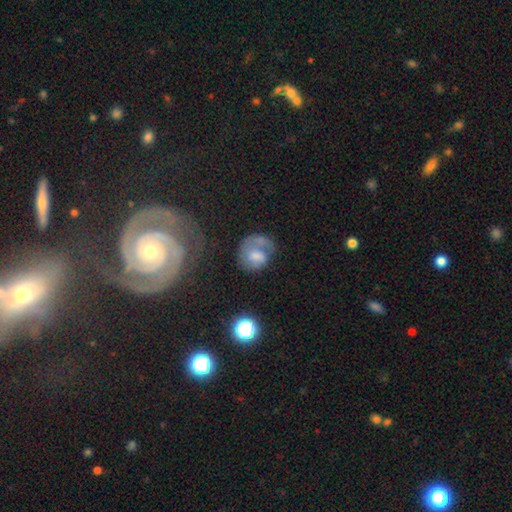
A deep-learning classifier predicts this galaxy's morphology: featured or disk 47%, smooth 43%, star or artifact 10%. Down the decision tree: merging — none (41%).